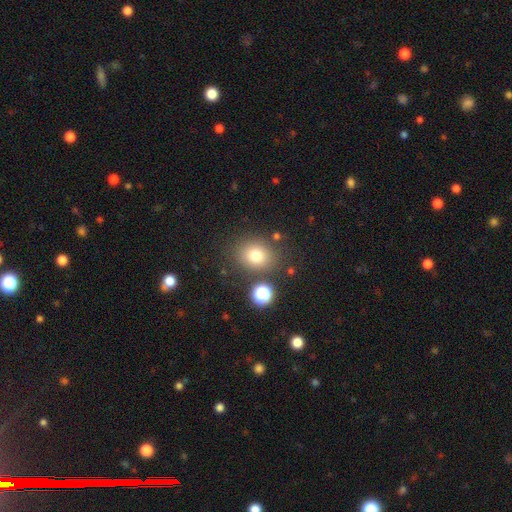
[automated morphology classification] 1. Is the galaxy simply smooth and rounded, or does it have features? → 77% smooth, 14% star or artifact, 9% featured or disk.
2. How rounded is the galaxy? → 64% round, 35% in between, 1% cigar-shaped.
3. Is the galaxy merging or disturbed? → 80% none, 11% minor disturbance, 5% merger, 4% major disturbance.